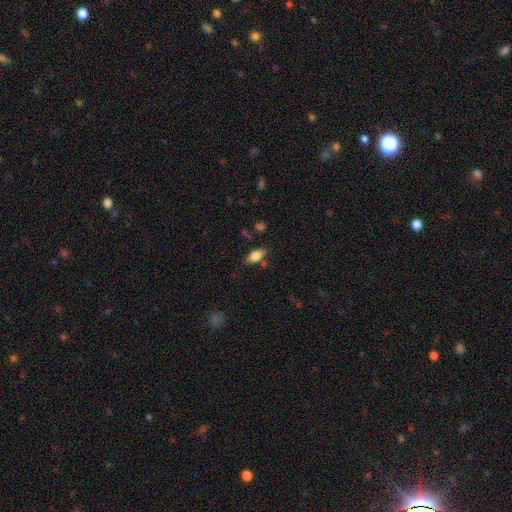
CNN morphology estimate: This appears to be a smooth galaxy with no disk features (70%) that is in between round and cigar-shaped (84%). Merging: none (74%).